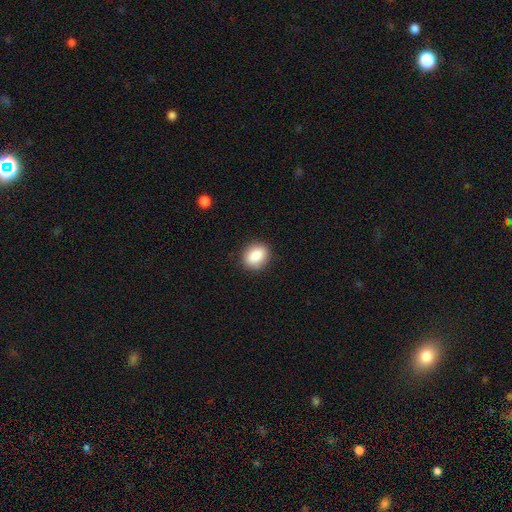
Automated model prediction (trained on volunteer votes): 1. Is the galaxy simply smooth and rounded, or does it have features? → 88% smooth, 8% star or artifact, 4% featured or disk.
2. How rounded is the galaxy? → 50% in between, 48% round, 1% cigar-shaped.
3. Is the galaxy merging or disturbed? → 88% none, 9% minor disturbance, 2% major disturbance, 1% merger.